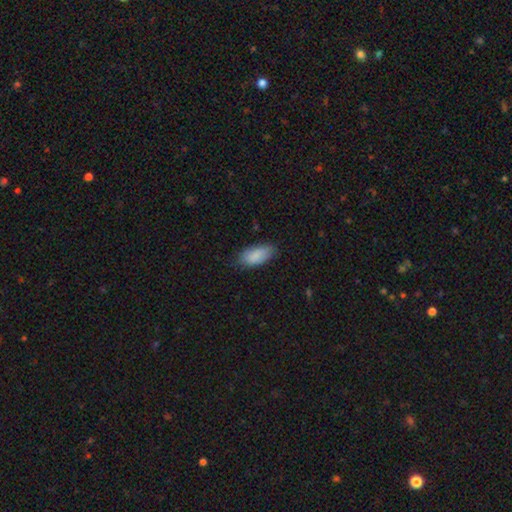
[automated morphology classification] This appears to be a smooth galaxy with no disk features (88%) that is in between round and cigar-shaped (90%). Merging: none (74%).